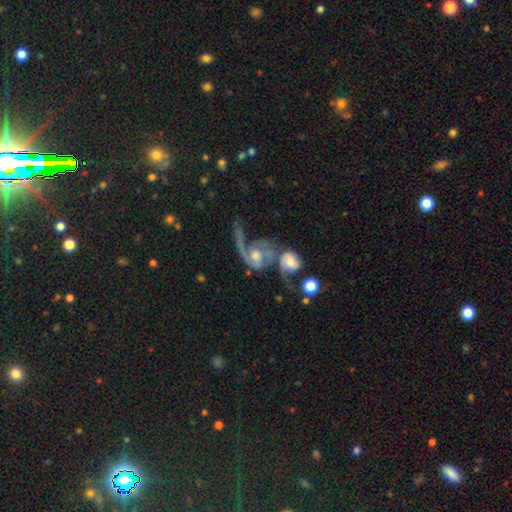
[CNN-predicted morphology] Q: Smooth or featured?
A: featured or disk (79%); runner-up: smooth (14%)
Q: Edge-on disk?
A: no (96%); runner-up: yes (4%)
Q: Bar?
A: no (59%); runner-up: weak (32%)
Q: Spiral arms?
A: yes (92%); runner-up: no (8%)
Q: Spiral winding?
A: loose (49%); runner-up: medium (35%)
Q: Spiral arm count?
A: 2 (54%); runner-up: 1 (34%)
Q: Bulge size?
A: moderate (57%); runner-up: small (21%)
Q: Merging?
A: merger (60%); runner-up: major disturbance (17%)